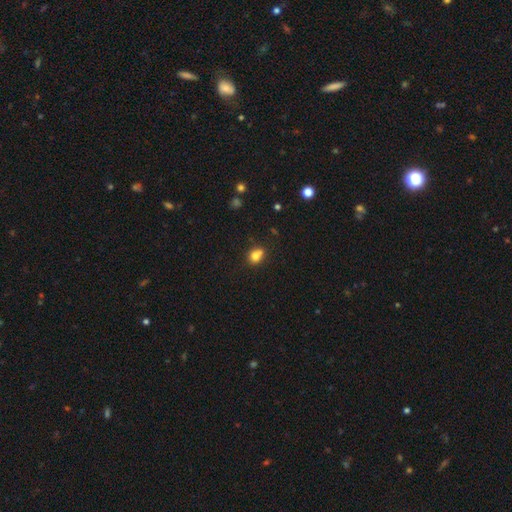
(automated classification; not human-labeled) Q: Smooth or featured?
A: smooth (78%); runner-up: star or artifact (12%)
Q: How rounded?
A: round (61%); runner-up: in between (37%)
Q: Merging?
A: none (54%); runner-up: merger (23%)